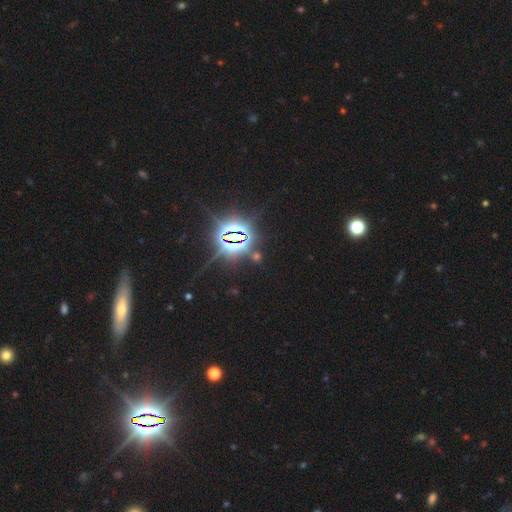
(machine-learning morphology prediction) This appears to be a star or artifact, not a galaxy (84%).